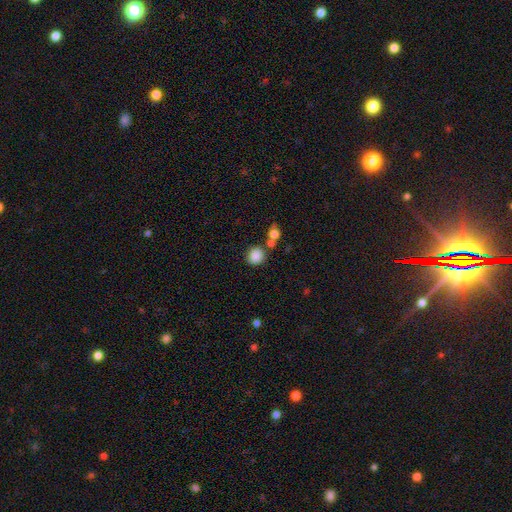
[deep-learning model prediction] Smooth or featured? Predicted: smooth (p=0.86). How rounded? Predicted: round (p=0.87). Merging? Predicted: none (p=0.74).